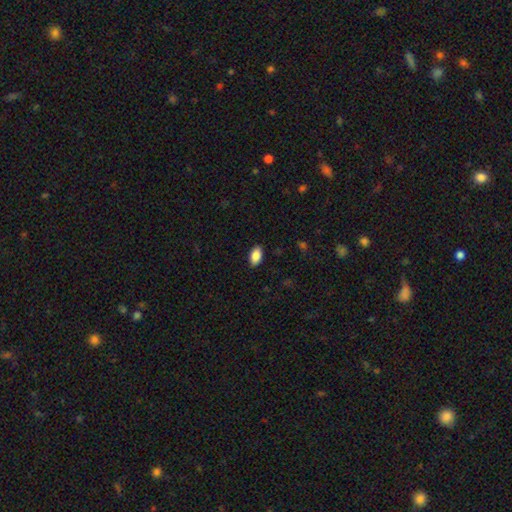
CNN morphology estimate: A smooth galaxy with no disk features (88%) that is in between round and cigar-shaped (93%).

Vote fractions:
- Smooth or featured? smooth: 88% / star or artifact: 7% / featured or disk: 5%
- How rounded? in between: 93% / round: 5% / cigar-shaped: 2%
- Merging? none: 89% / minor disturbance: 8% / major disturbance: 2% / merger: 1%